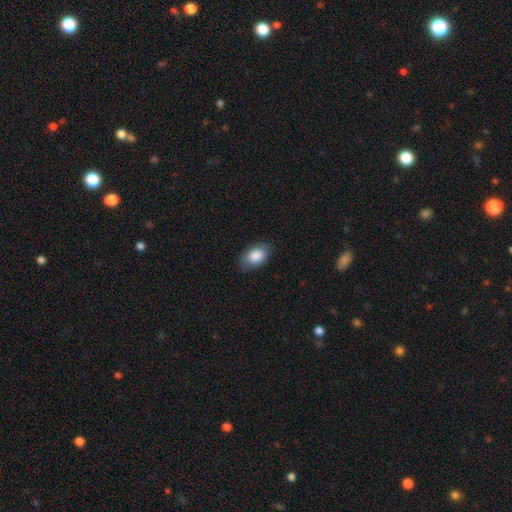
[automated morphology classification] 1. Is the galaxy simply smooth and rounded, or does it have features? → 87% smooth, 7% star or artifact, 6% featured or disk.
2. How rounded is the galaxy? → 88% in between, 10% round, 1% cigar-shaped.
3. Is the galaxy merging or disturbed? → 79% none, 16% minor disturbance, 4% major disturbance, 1% merger.